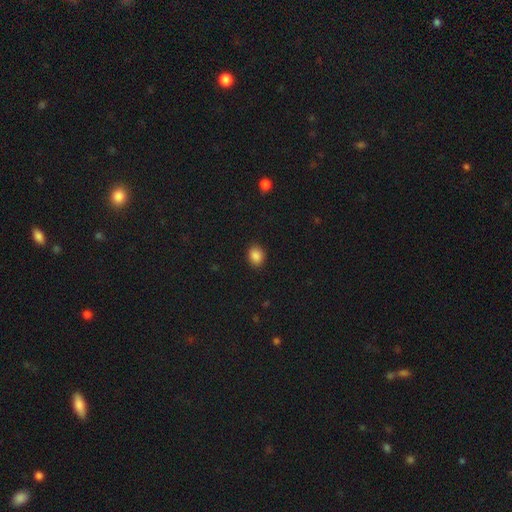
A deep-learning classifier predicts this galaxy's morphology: Smooth or featured: smooth — 87% (star or artifact — 9%)
How rounded: in between — 50% (round — 49%)
Merging: none — 89% (minor disturbance — 8%)